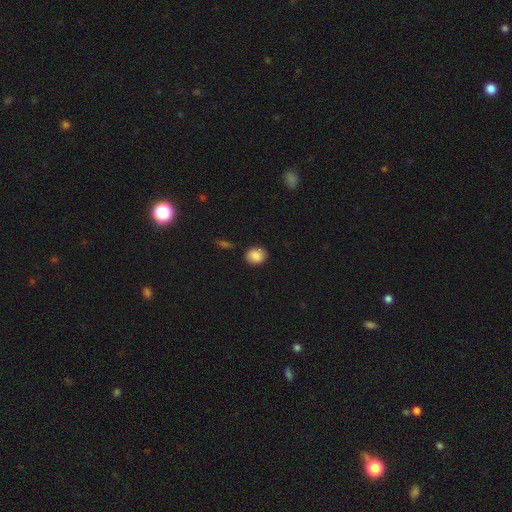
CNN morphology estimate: Q: Smooth or featured?
A: smooth (87%); runner-up: star or artifact (8%)
Q: How rounded?
A: round (59%); runner-up: in between (40%)
Q: Merging?
A: none (86%); runner-up: minor disturbance (10%)